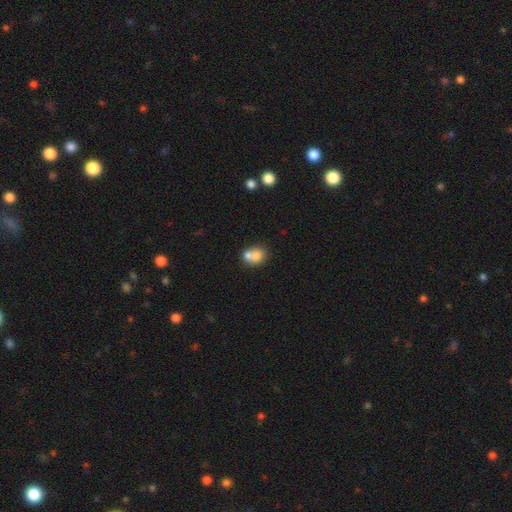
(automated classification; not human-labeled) Morphology: type=smooth (73%); roundness=round (63%); merging=merger (59%).